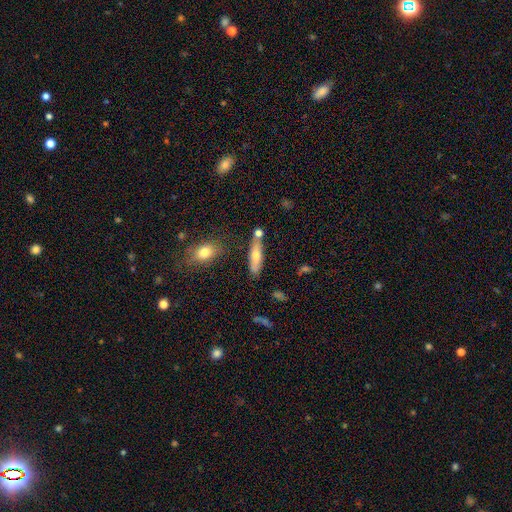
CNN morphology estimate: Smooth or featured? Predicted: smooth (p=0.61). How rounded? Predicted: cigar-shaped (p=0.67). Merging? Predicted: none (p=0.69).